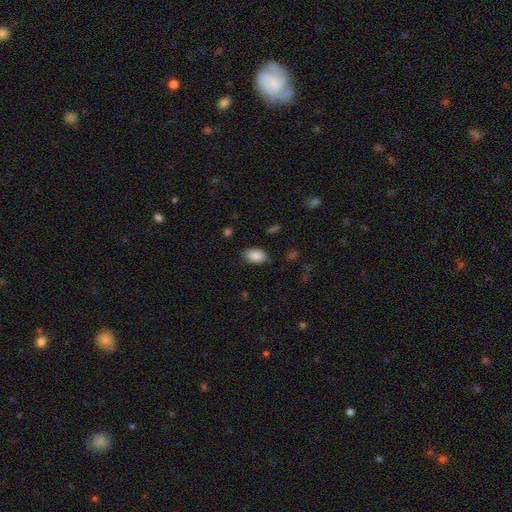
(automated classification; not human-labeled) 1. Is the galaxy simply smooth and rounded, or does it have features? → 87% smooth, 8% star or artifact, 5% featured or disk.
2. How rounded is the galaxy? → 91% in between, 8% round, 1% cigar-shaped.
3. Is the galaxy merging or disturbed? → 81% none, 14% minor disturbance, 3% major disturbance, 1% merger.